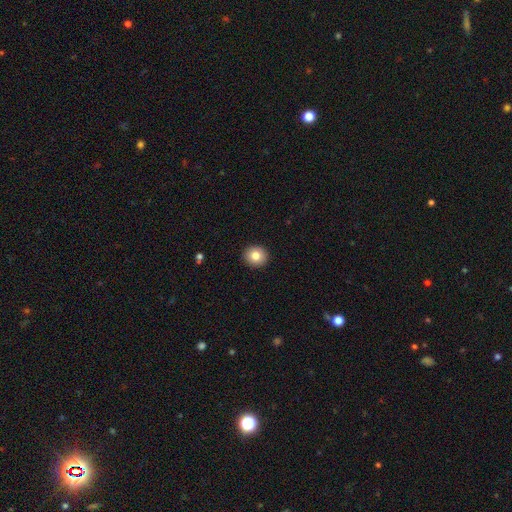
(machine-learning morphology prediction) This appears to be a smooth galaxy with no disk features (82%) that is round (89%). Merging: none (93%).